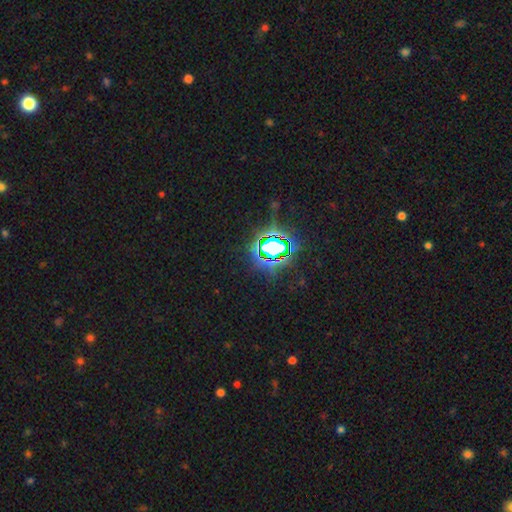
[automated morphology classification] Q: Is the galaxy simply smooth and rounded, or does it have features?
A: star or artifact — 85%.